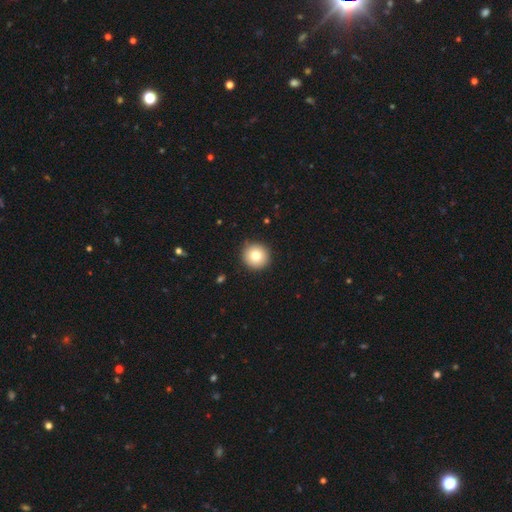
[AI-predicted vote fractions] Smooth or featured?
  - smooth: 78% *
  - featured or disk: 12%
  - star or artifact: 10%
How rounded?
  - round: 95% *
  - in between: 4%
  - cigar-shaped: 1%
Merging?
  - none: 91% *
  - minor disturbance: 6%
  - major disturbance: 2%
  - merger: 1%